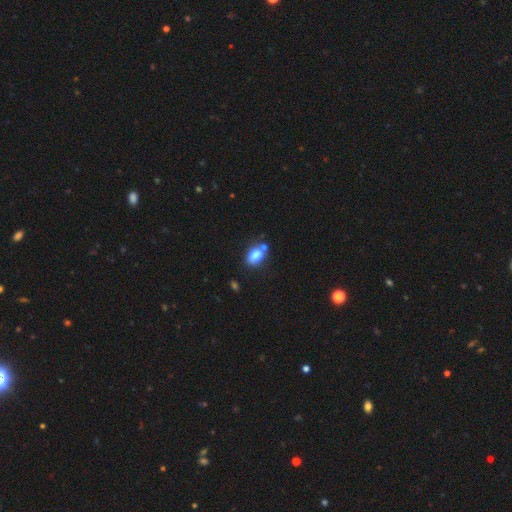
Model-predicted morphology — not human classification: type=smooth (81%); roundness=in between (82%); merging=none (60%).